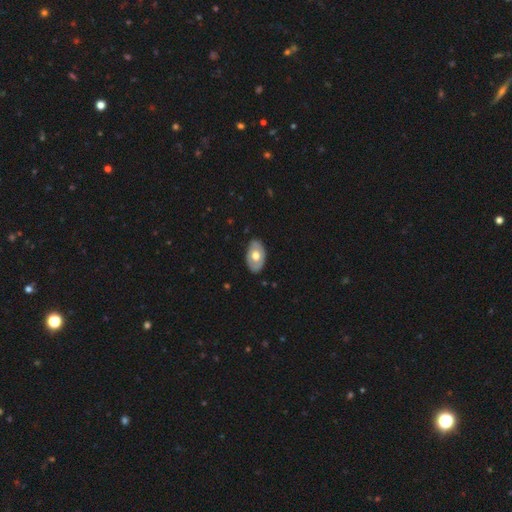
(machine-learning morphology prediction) type=smooth (50%); merging=none (82%).